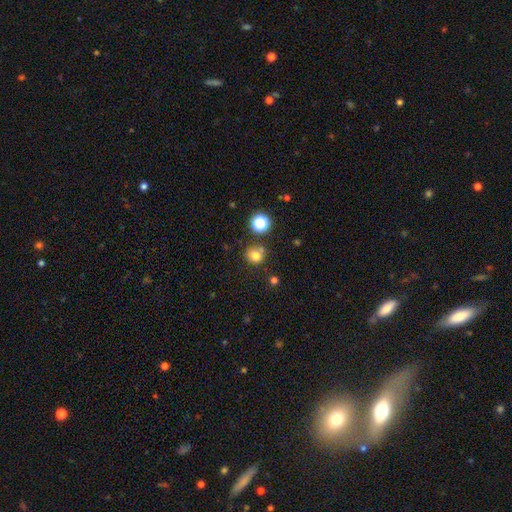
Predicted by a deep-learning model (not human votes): This appears to be a smooth galaxy with no disk features (76%) that is round (86%). Merging: none (70%).